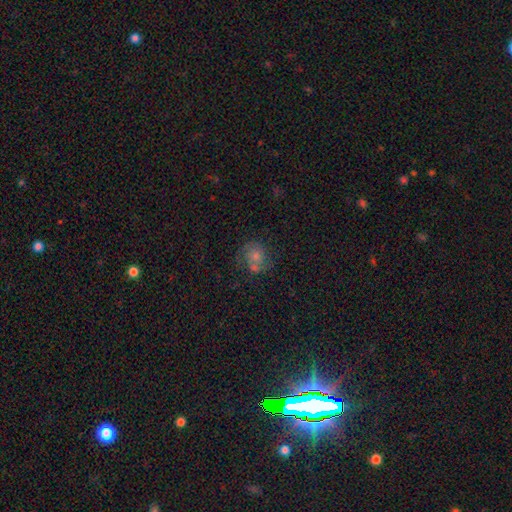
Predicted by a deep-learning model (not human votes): featured or disk 46%, smooth 36%, star or artifact 18%. Down the decision tree: merging — none (57%).